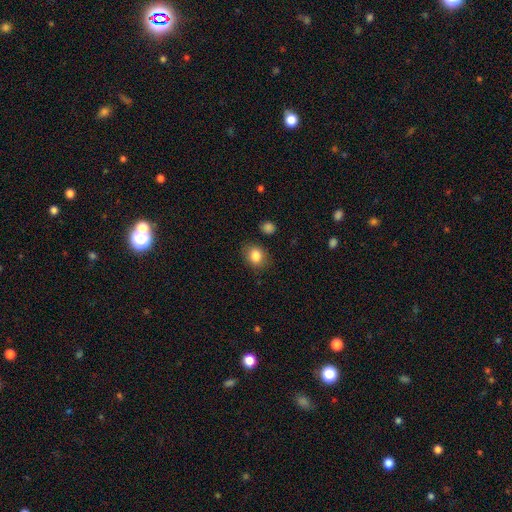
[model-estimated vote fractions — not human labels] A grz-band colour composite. It shows a smooth galaxy with no disk features (84%) that is round (52%). Merging: none (82%).